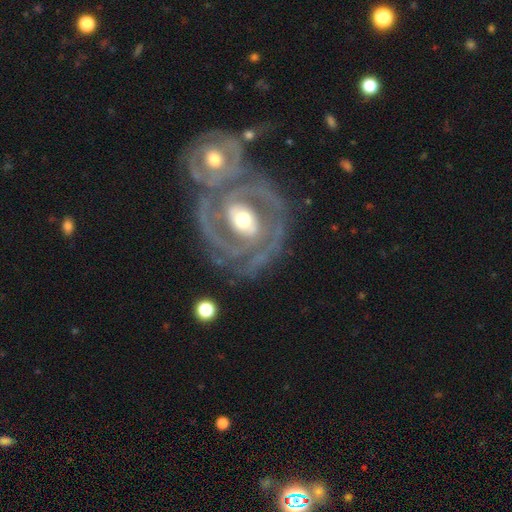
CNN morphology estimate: Smooth or featured?
  - featured or disk: 89% *
  - smooth: 6%
  - star or artifact: 5%
Edge-on disk?
  - no: 96% *
  - yes: 4%
Bar?
  - weak: 37% *
  - strong: 32%
  - no: 30%
Spiral arms?
  - yes: 94% *
  - no: 6%
Spiral winding?
  - tight: 68% *
  - medium: 26%
  - loose: 5%
Spiral arm count?
  - 2: 55% *
  - can't tell: 16%
  - 3: 16%
  - 1: 5%
  - 4: 5%
  - more than 4: 4%
Bulge size?
  - moderate: 64% *
  - small: 28%
  - large: 5%
  - none: 1%
  - dominant: 1%
Merging?
  - merger: 41% *
  - none: 40%
  - minor disturbance: 12%
  - major disturbance: 8%